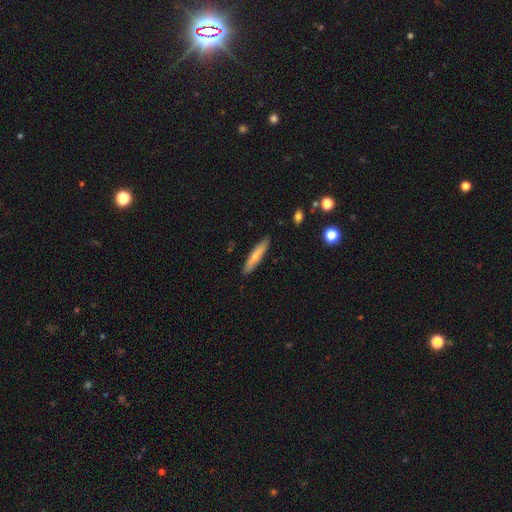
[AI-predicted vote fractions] Smooth or featured: smooth — 73% (featured or disk — 22%)
How rounded: cigar-shaped — 89% (in between — 9%)
Merging: none — 89% (minor disturbance — 8%)